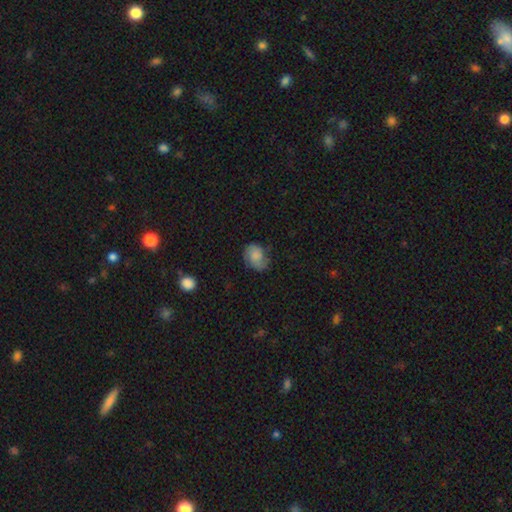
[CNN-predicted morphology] The model was most divided on "how rounded": in between: 59%, round: 40%, cigar-shaped: 1%. More confident: merging — none (61%); smooth or featured — smooth (60%).